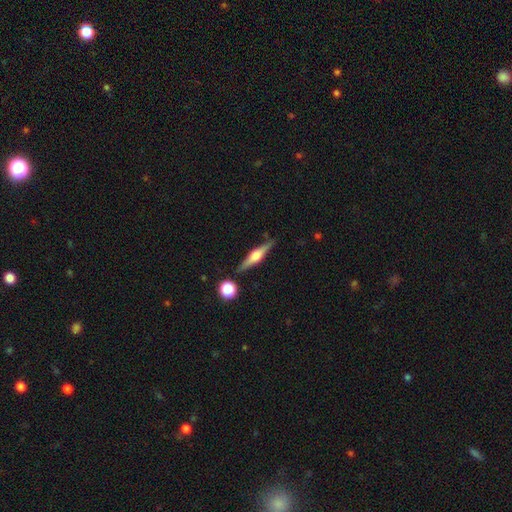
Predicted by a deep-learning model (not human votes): Q: Smooth or featured?
A: featured or disk (73%); runner-up: smooth (21%)
Q: Edge-on disk?
A: yes (97%); runner-up: no (3%)
Q: Edge-on bulge?
A: rounded (87%); runner-up: boxy (11%)
Q: Merging?
A: none (85%); runner-up: minor disturbance (9%)